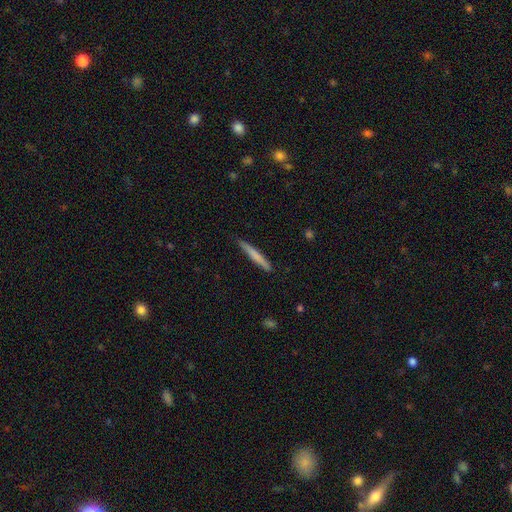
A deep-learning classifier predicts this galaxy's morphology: This is likely a smooth galaxy (69%). How rounded: clearly cigar-shaped (96%). Merging: clearly none (87%).